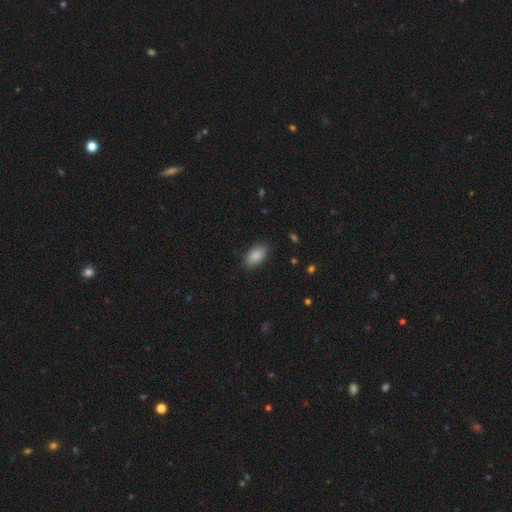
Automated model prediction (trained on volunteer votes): Smooth or featured? smooth (88%)
How rounded? in between (93%)
Merging? none (87%)